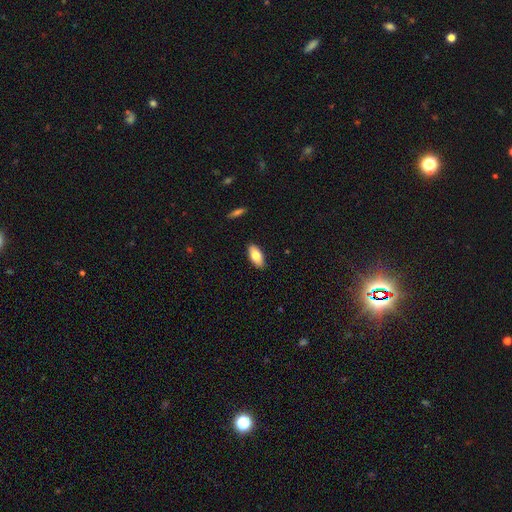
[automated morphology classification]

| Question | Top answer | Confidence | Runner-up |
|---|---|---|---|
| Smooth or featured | smooth | 79% | featured or disk (14%) |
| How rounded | in between | 90% | cigar-shaped (8%) |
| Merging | none | 89% | minor disturbance (8%) |